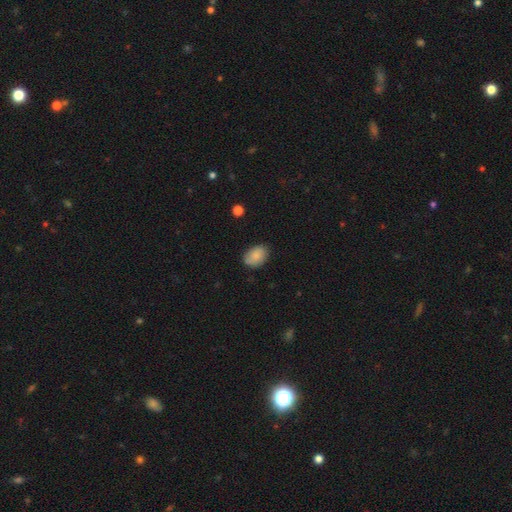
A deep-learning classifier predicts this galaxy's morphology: Smooth or featured? Predicted: smooth (p=0.84). How rounded? Predicted: in between (p=0.82). Merging? Predicted: none (p=0.79).